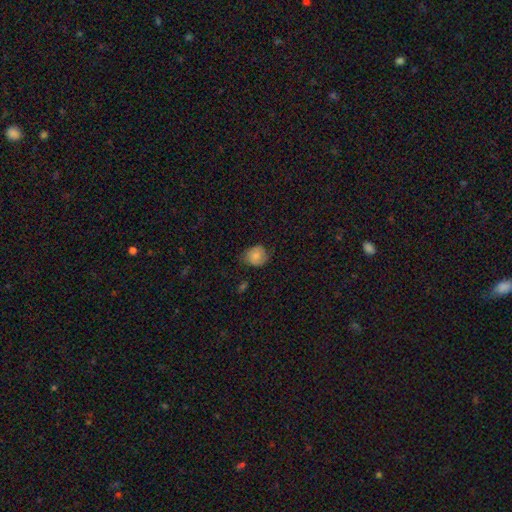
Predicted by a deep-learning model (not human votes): This is likely a smooth galaxy (75%). How rounded: likely round (63%). Merging: likely none (64%).